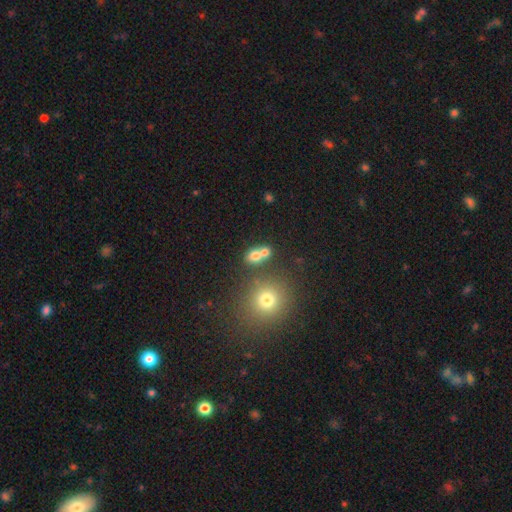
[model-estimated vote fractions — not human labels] This is likely a smooth galaxy (73%). How rounded: possibly round (51%). Merging: possibly merger (48%).